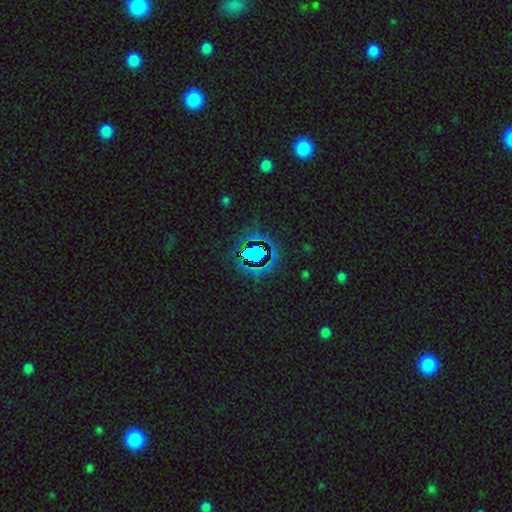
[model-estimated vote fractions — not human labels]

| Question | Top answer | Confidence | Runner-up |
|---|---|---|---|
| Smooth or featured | star or artifact | 74% | smooth (16%) |